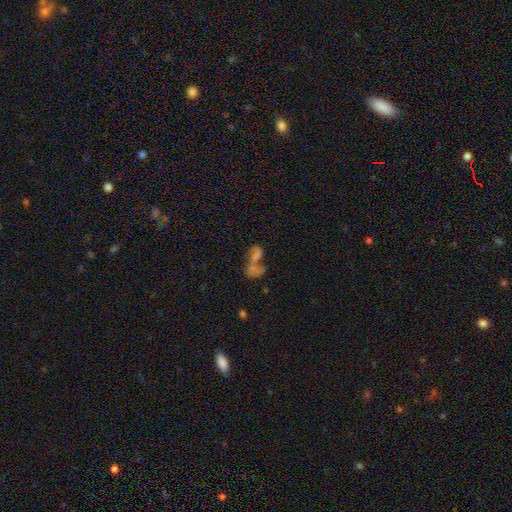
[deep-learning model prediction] Smooth or featured?
  - smooth: 40% *
  - featured or disk: 39%
  - star or artifact: 22%
Merging?
  - merger: 61% *
  - none: 18%
  - major disturbance: 14%
  - minor disturbance: 7%